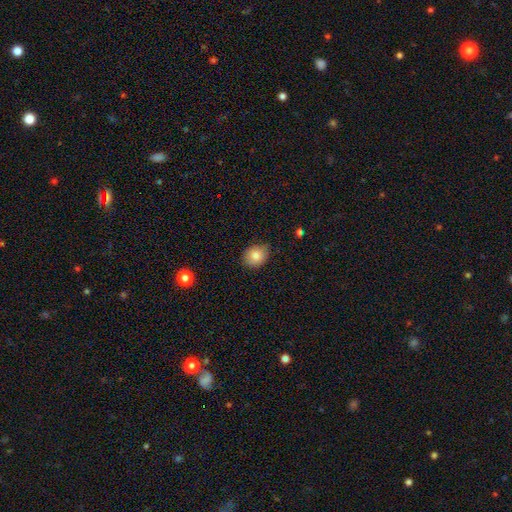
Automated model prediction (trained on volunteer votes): smooth-or-featured: smooth: 83% | star or artifact: 8% | featured or disk: 8%
  how-rounded: round: 53% | in between: 46% | cigar-shaped: 1%
  merging: none: 82% | minor disturbance: 14% | major disturbance: 2% | merger: 1%